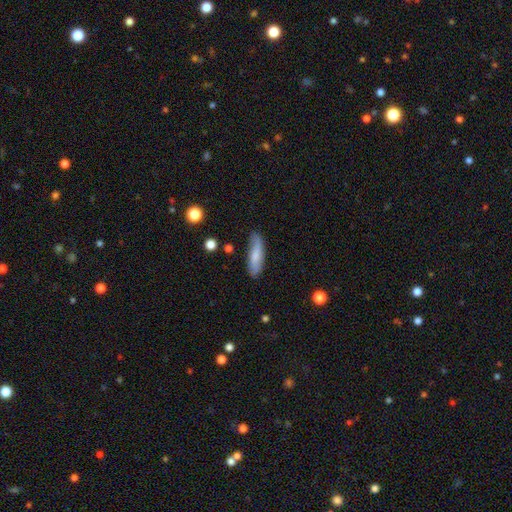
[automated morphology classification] This is likely a smooth galaxy (72%). How rounded: likely cigar-shaped (60%). Merging: likely none (78%).